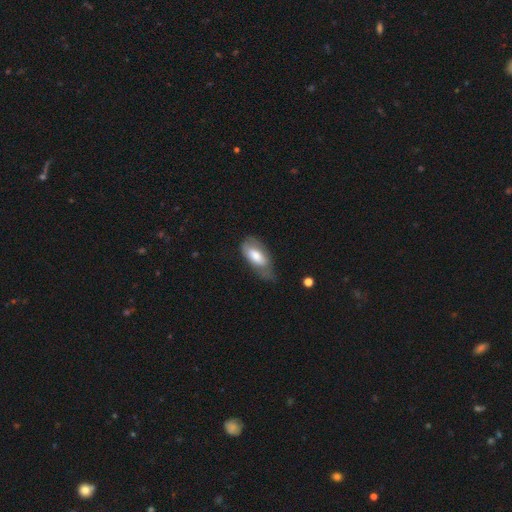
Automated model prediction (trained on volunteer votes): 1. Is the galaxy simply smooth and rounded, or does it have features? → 67% smooth, 27% featured or disk, 6% star or artifact.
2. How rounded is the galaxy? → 88% in between, 9% cigar-shaped, 3% round.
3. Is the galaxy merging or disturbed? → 42% none, 36% minor disturbance, 20% major disturbance, 2% merger.